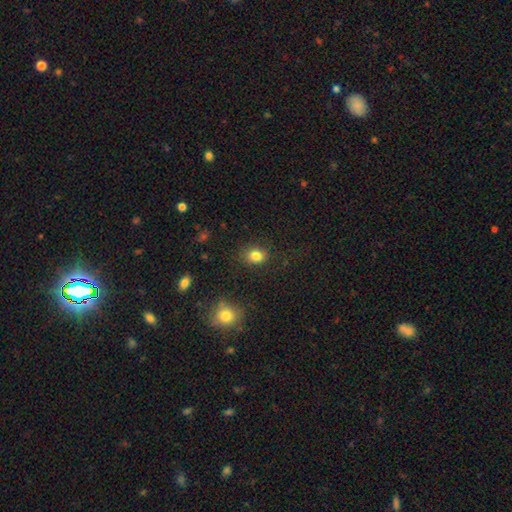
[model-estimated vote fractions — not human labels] A smooth galaxy with no disk features (83%) that is round (51%).

Vote fractions:
- Smooth or featured? smooth: 83% / star or artifact: 11% / featured or disk: 6%
- How rounded? round: 51% / in between: 48% / cigar-shaped: 1%
- Merging? none: 84% / minor disturbance: 11% / major disturbance: 3% / merger: 2%